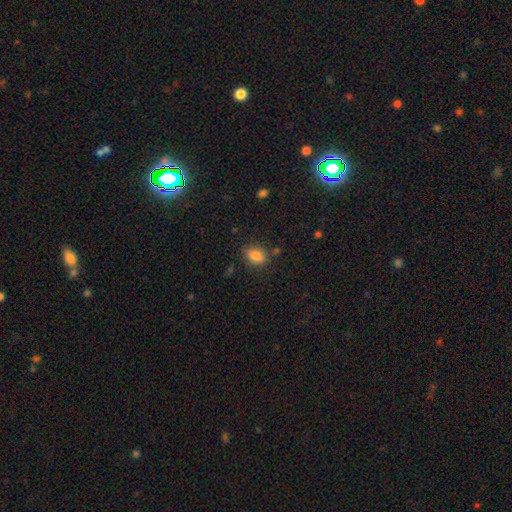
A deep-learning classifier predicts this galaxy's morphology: type=smooth (83%); roundness=in between (73%); merging=none (78%).